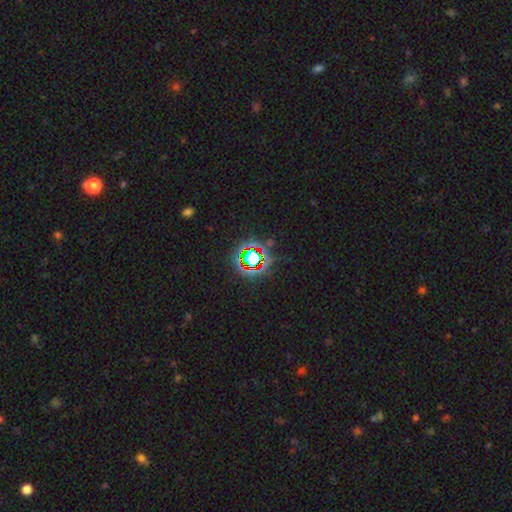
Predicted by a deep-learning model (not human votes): This is likely a star or artifact rather than a galaxy (70%).